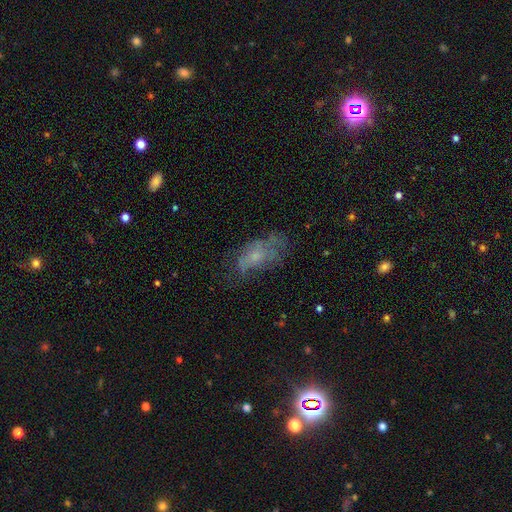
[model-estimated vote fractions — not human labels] The model was most divided on "smooth or featured": smooth: 44%, featured or disk: 43%, star or artifact: 13%. Remaining: merging — none (46%).